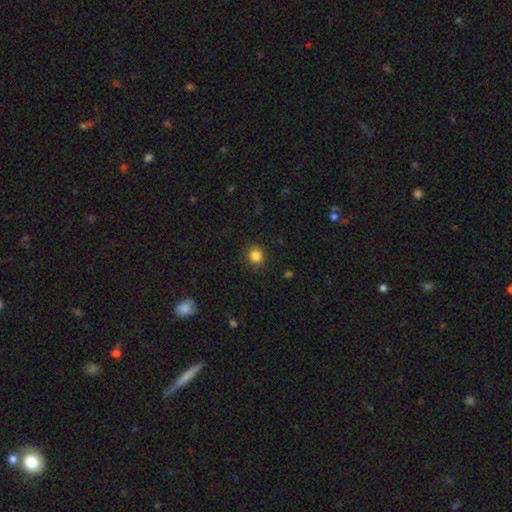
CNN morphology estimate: smooth 85%, star or artifact 11%, featured or disk 4%. Down the decision tree: how rounded — round (92%); merging — none (90%).